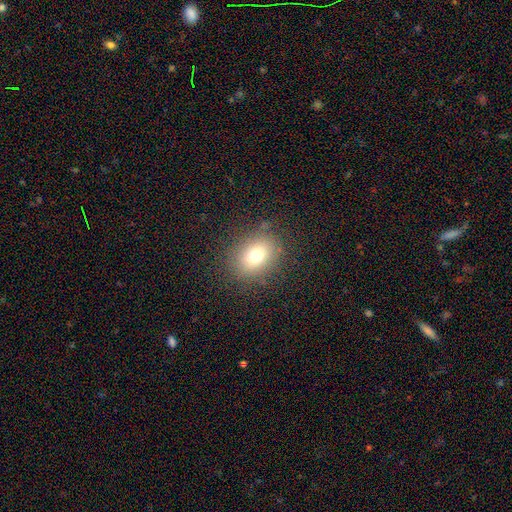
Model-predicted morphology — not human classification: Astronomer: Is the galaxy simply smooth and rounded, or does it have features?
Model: smooth — 74%.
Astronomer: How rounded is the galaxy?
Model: in between — 53% (runner-up: round, 46%).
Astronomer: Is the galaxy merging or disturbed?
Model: none — 82%.